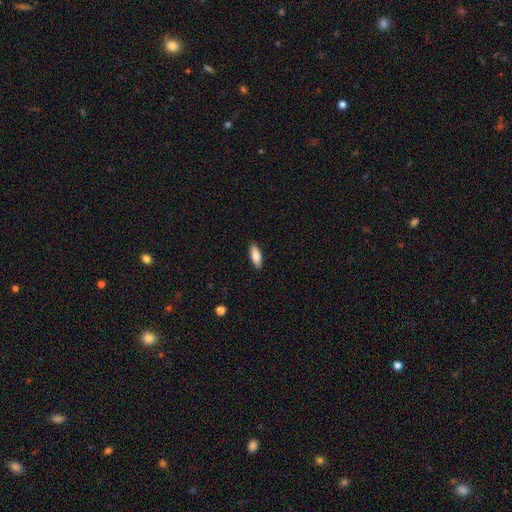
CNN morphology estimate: This appears to be a smooth galaxy with no disk features (84%) that is in between round and cigar-shaped (76%). Merging: none (89%).